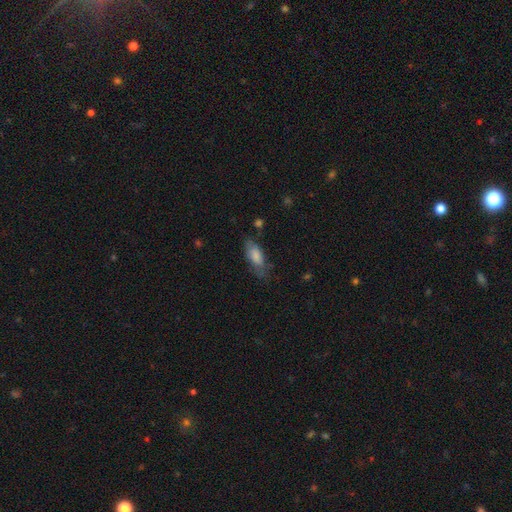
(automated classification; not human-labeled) Smooth or featured? smooth (75%)
How rounded? in between (77%)
Merging? none (56%)